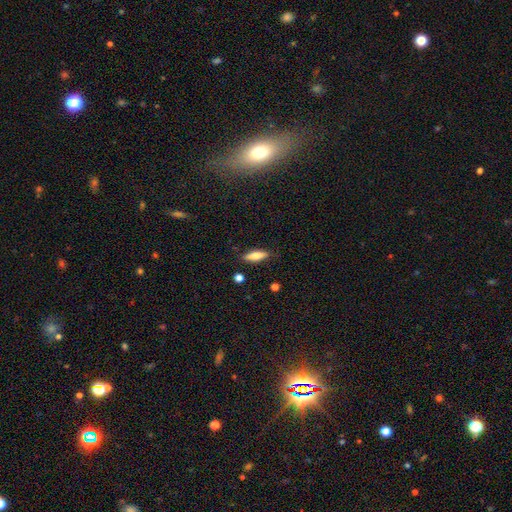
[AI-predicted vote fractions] Smooth or featured: smooth — 69% (featured or disk — 24%)
How rounded: cigar-shaped — 52% (in between — 46%)
Merging: none — 83% (minor disturbance — 12%)